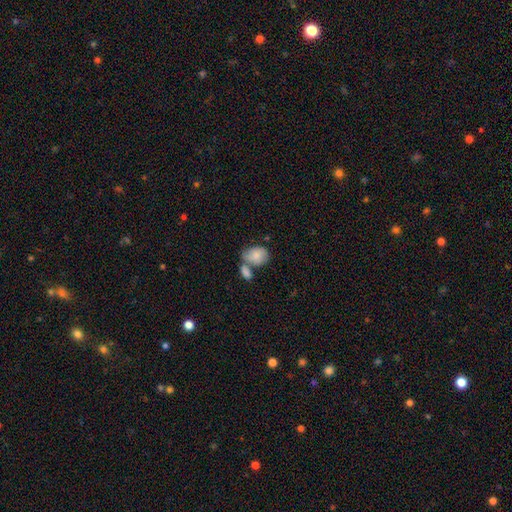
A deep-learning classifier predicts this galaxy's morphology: Smooth or featured?
  - smooth: 80% *
  - featured or disk: 14%
  - star or artifact: 6%
How rounded?
  - in between: 78% *
  - round: 21%
  - cigar-shaped: 1%
Merging?
  - merger: 49% *
  - none: 30%
  - minor disturbance: 15%
  - major disturbance: 6%